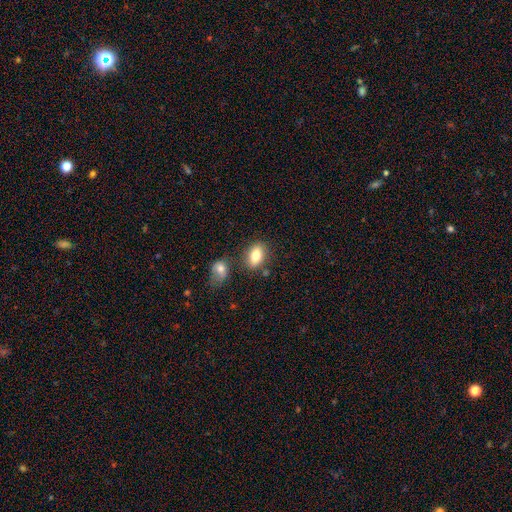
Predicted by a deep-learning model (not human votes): Smooth or featured: smooth — 80% (featured or disk — 12%)
How rounded: in between — 86% (round — 11%)
Merging: none — 72% (merger — 13%)